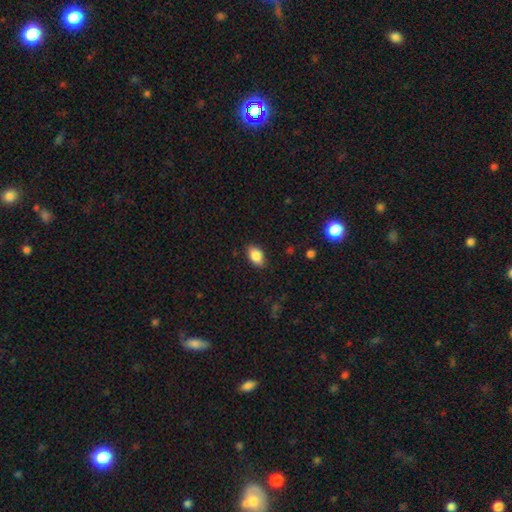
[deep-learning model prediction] Morphology: type=smooth (85%); roundness=in between (89%); merging=none (85%).